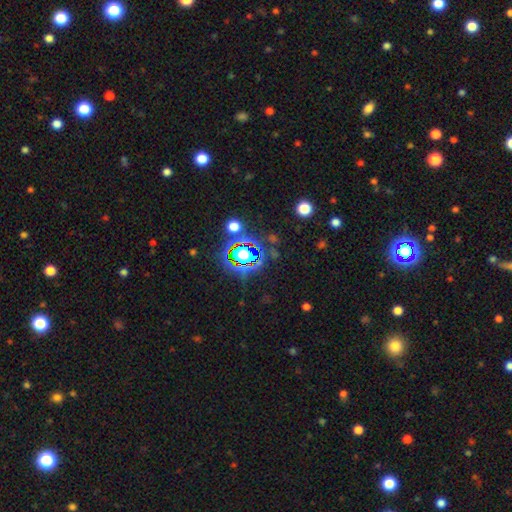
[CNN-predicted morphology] Overall: star or artifact (79%).